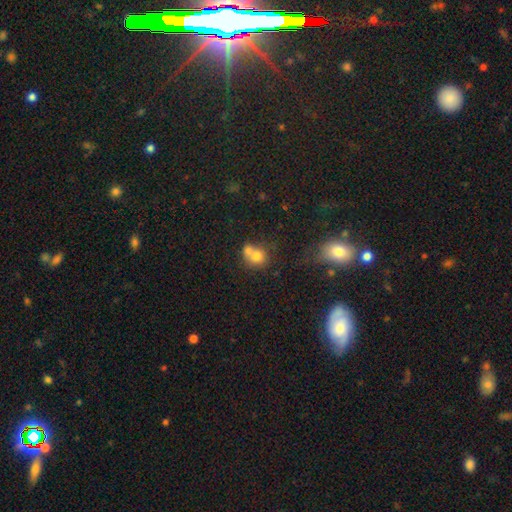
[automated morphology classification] A smooth galaxy with no disk features (72%) that is round (73%). Merging: merger (58%).